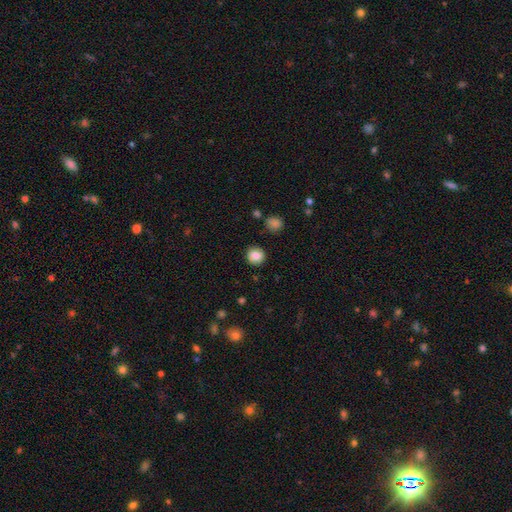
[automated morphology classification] smooth-or-featured: smooth: 82% | star or artifact: 9% | featured or disk: 9%
  how-rounded: round: 89% | in between: 10% | cigar-shaped: 1%
  merging: none: 88% | minor disturbance: 8% | major disturbance: 2% | merger: 2%